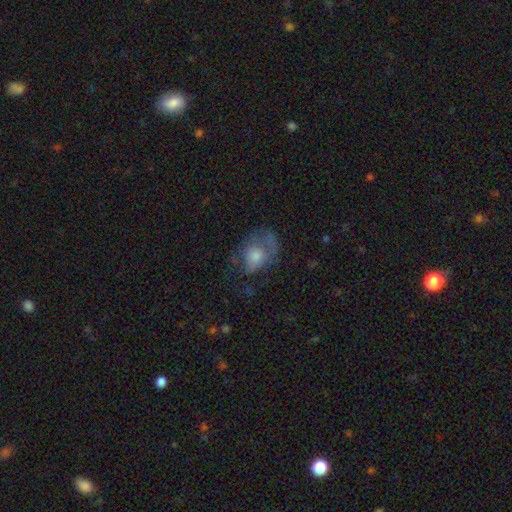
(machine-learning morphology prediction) smooth_or_featured: smooth (p=0.53) [alt: featured or disk p=0.36]
how_rounded: in between (p=0.64) [alt: round p=0.35]
merging: none (p=0.40) [alt: major disturbance p=0.32]